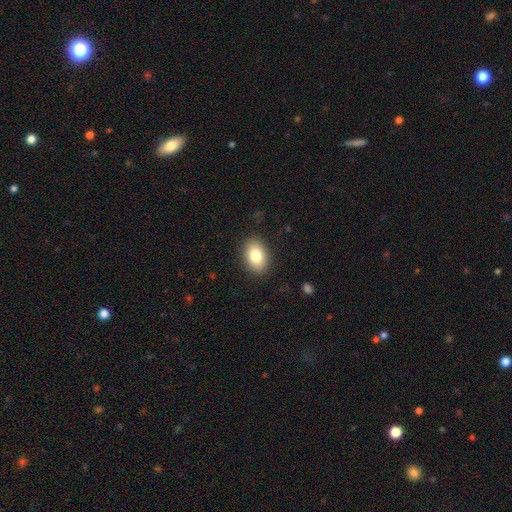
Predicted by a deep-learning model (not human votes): smooth-or-featured: smooth: 83% | featured or disk: 9% | star or artifact: 8%
  how-rounded: in between: 84% | round: 15% | cigar-shaped: 1%
  merging: none: 88% | minor disturbance: 8% | major disturbance: 2% | merger: 1%